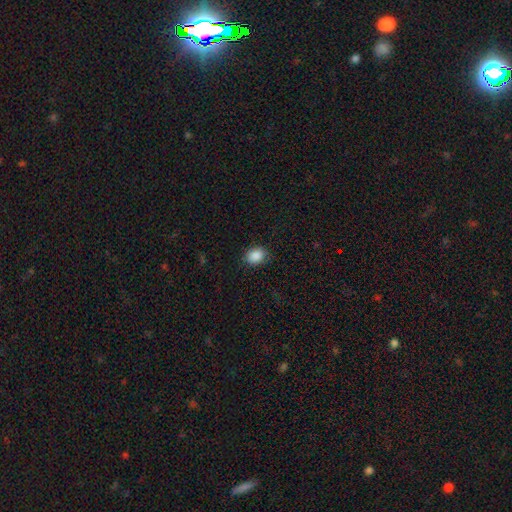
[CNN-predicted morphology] The model was most divided on "how rounded": in between: 50%, round: 49%, cigar-shaped: 1%. More confident: smooth or featured — smooth (87%); merging — none (84%).